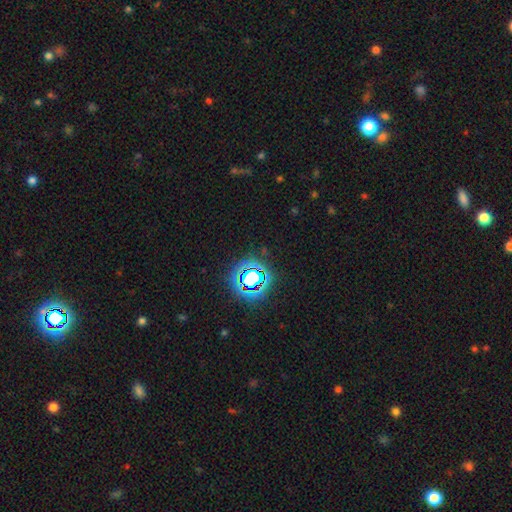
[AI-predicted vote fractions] The model was most divided on "smooth or featured": star or artifact: 79%, smooth: 14%, featured or disk: 7%.